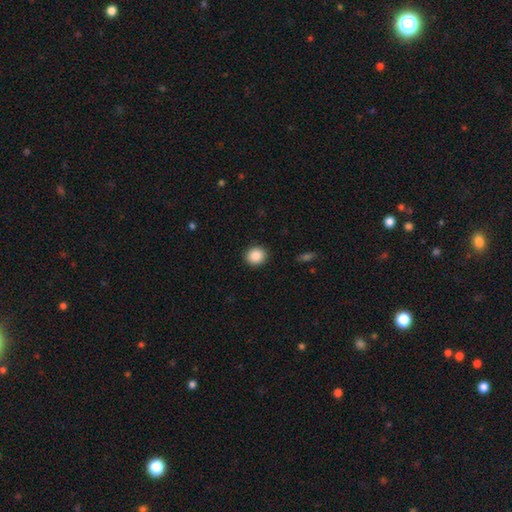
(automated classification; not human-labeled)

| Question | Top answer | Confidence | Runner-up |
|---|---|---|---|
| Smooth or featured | smooth | 88% | star or artifact (9%) |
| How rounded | round | 84% | in between (15%) |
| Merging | none | 91% | minor disturbance (6%) |